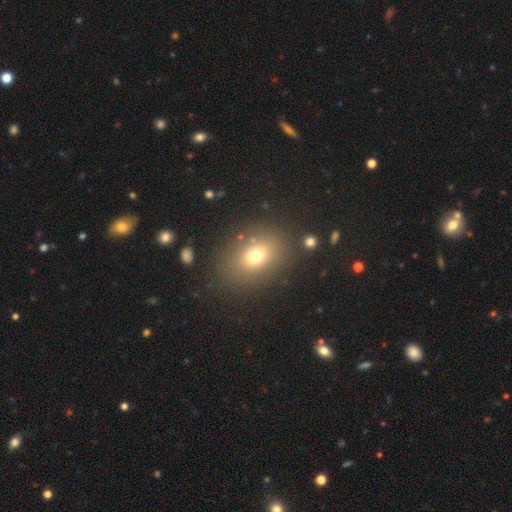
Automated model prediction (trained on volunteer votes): Q: Smooth or featured?
A: smooth (72%); runner-up: star or artifact (14%)
Q: How rounded?
A: in between (67%); runner-up: round (32%)
Q: Merging?
A: none (82%); runner-up: minor disturbance (10%)